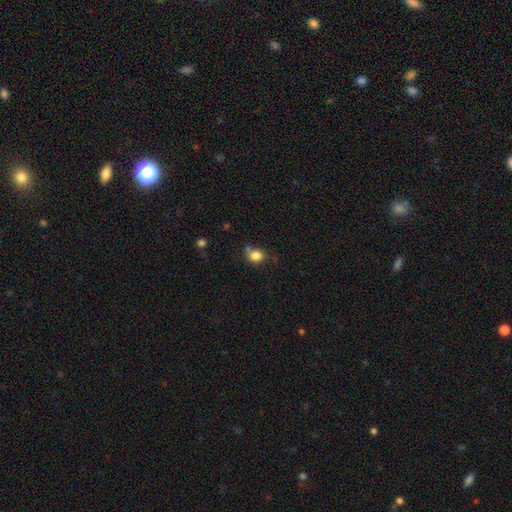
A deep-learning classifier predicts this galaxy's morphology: Q: Smooth or featured?
A: smooth (84%); runner-up: star or artifact (11%)
Q: How rounded?
A: round (61%); runner-up: in between (38%)
Q: Merging?
A: none (62%); runner-up: minor disturbance (22%)